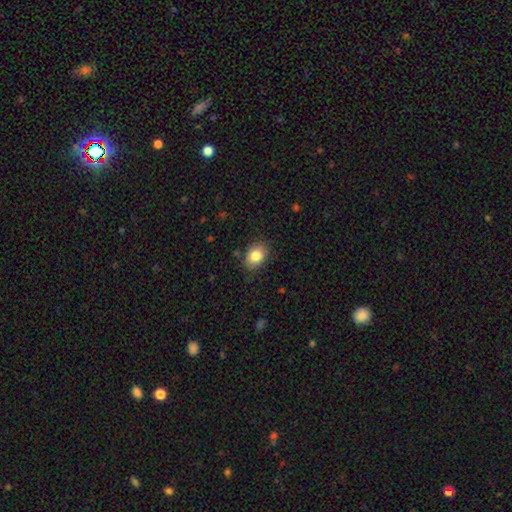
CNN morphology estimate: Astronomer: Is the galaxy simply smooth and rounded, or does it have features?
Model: smooth — 83%.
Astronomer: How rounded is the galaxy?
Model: in between — 65%.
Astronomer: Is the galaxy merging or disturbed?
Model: none — 83%.